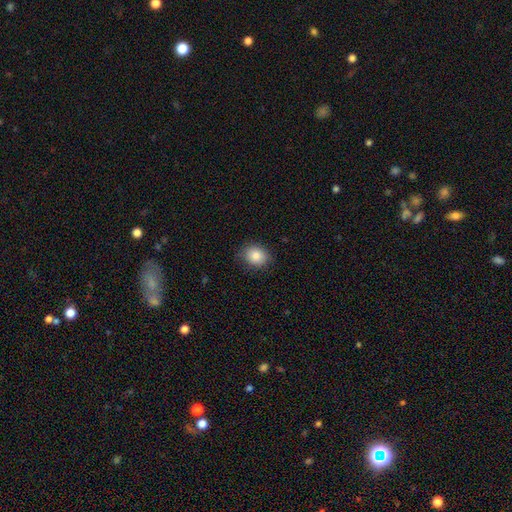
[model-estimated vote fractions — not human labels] A smooth galaxy with no disk features (86%) that is round (56%). Merging: none (81%).